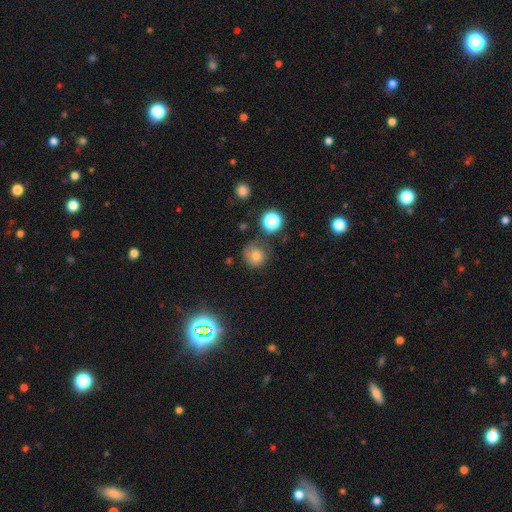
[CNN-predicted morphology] Smooth or featured: smooth — 73% (star or artifact — 16%)
How rounded: round — 88% (in between — 11%)
Merging: none — 64% (minor disturbance — 22%)